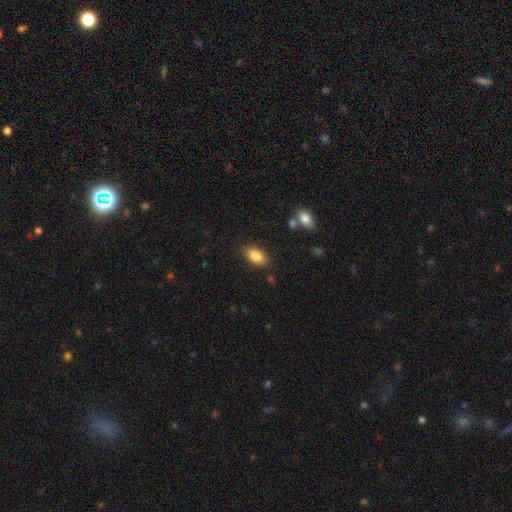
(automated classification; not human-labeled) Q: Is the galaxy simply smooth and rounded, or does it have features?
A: smooth — 86%.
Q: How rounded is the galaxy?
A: in between — 91%.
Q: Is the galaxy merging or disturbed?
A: none — 84%.